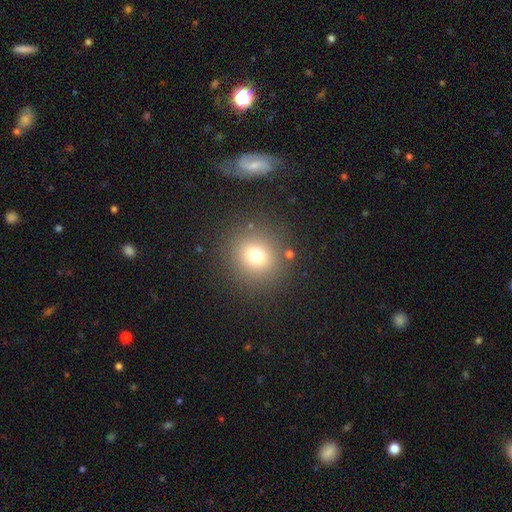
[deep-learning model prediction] smooth 72%, star or artifact 18%, featured or disk 10%. Down the decision tree: how rounded — round (90%); merging — none (86%).